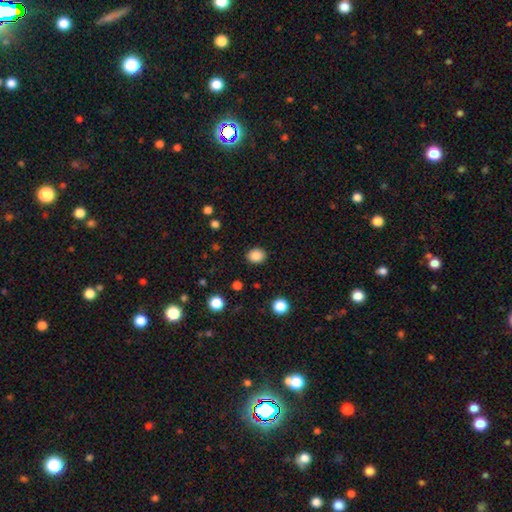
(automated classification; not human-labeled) This is clearly a smooth galaxy (86%). How rounded: likely round (63%). Merging: clearly none (89%).